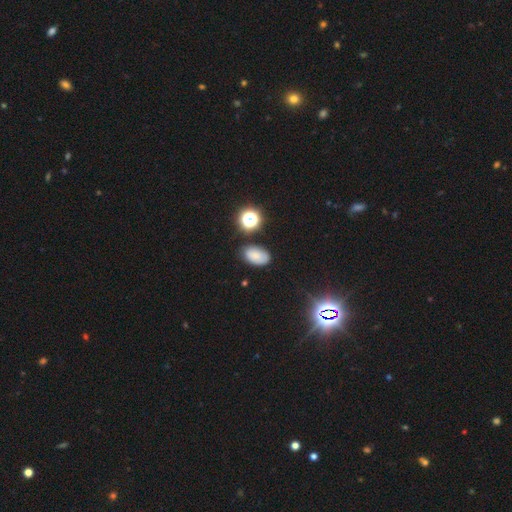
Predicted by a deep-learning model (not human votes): Overall: smooth (74%). How rounded: in between (90%). Merging: none (76%).